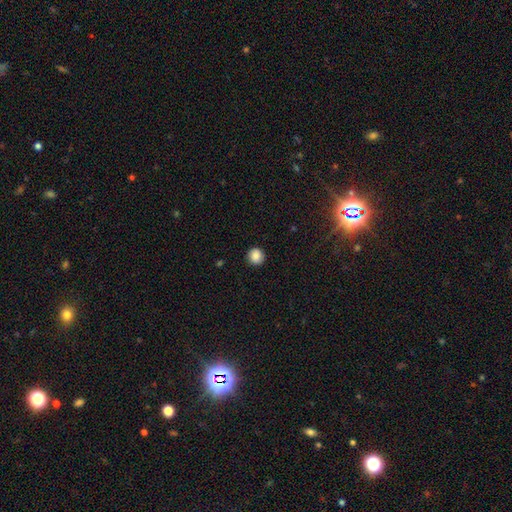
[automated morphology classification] A smooth galaxy with no disk features (86%) that is round (93%). Merging: none (91%).